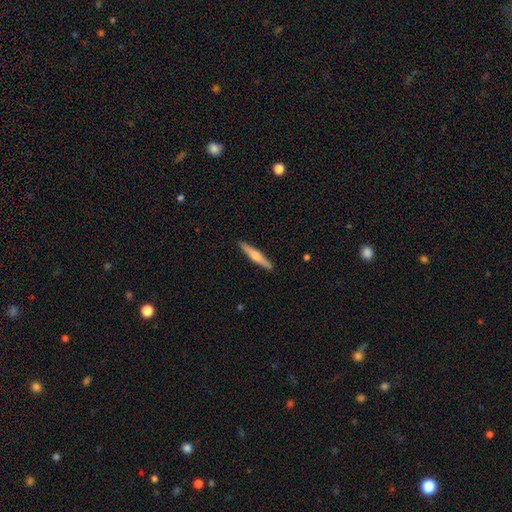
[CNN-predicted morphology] Smooth or featured: featured or disk — 51% (smooth — 44%)
Edge-on disk: yes — 97% (no — 3%)
Merging: none — 92% (minor disturbance — 6%)